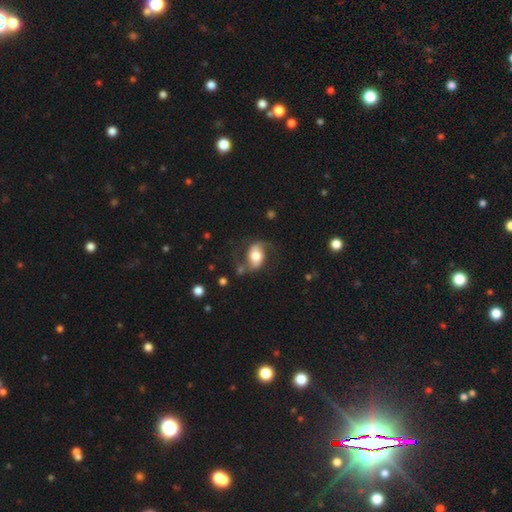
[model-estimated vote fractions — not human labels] Smooth or featured? featured or disk (67%)
Edge-on disk? no (96%)
Bar? no (42%)
Spiral arms? yes (89%)
Spiral winding? loose (59%)
Spiral arm count? 2 (91%)
Bulge size? moderate (46%)
Merging? none (62%)